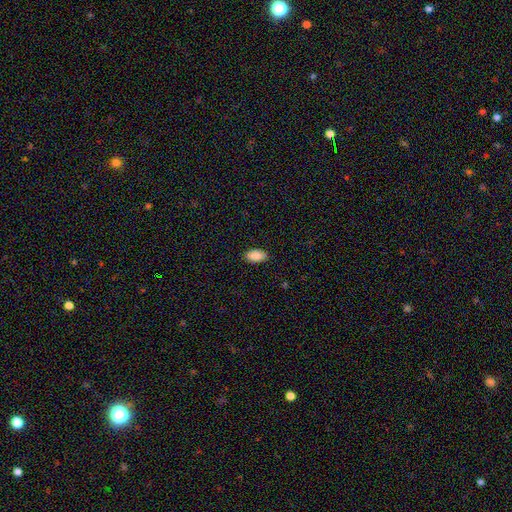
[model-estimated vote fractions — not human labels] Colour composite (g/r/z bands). It shows a smooth galaxy with no disk features (89%) that is in between round and cigar-shaped (94%). Merging: none (88%).